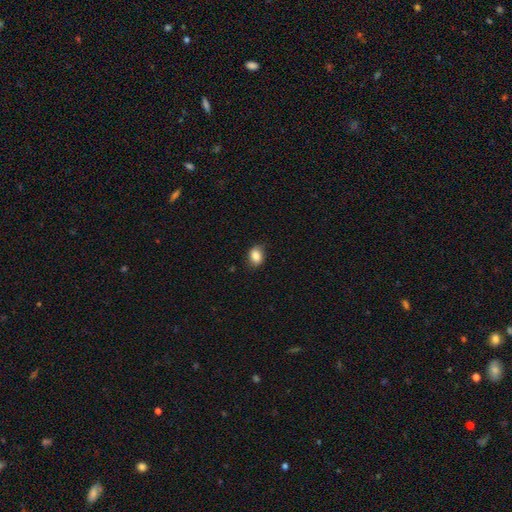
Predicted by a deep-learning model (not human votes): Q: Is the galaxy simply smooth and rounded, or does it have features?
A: smooth — 87%.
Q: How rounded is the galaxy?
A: in between — 63%.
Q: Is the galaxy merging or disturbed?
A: none — 79%.